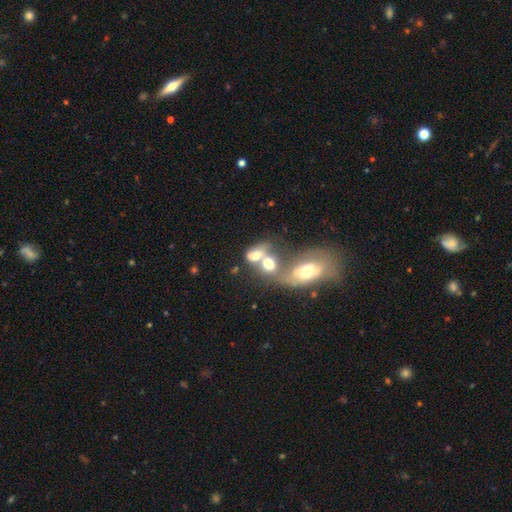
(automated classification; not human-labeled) Overall: smooth (57%; featured or disk 31%). How rounded: in between (63%; round 35%). Merging: merger (71%).